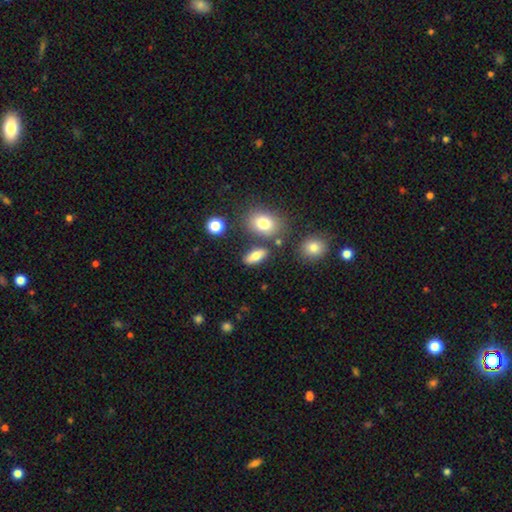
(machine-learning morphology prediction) Smooth or featured?
  - smooth: 75% *
  - featured or disk: 14%
  - star or artifact: 11%
How rounded?
  - in between: 71% *
  - cigar-shaped: 17%
  - round: 12%
Merging?
  - none: 80% *
  - minor disturbance: 10%
  - merger: 7%
  - major disturbance: 3%